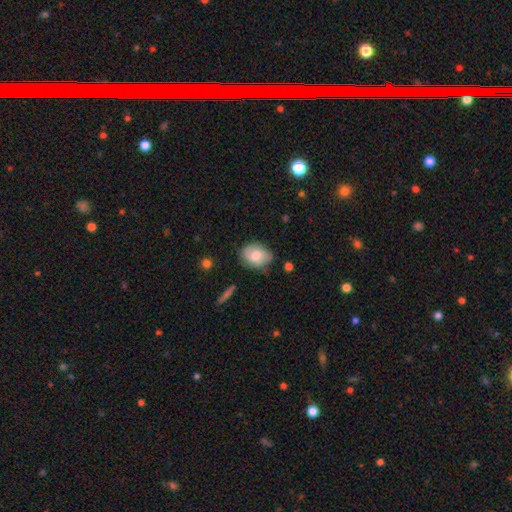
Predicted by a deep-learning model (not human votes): Overall: smooth (54%; featured or disk 39%). How rounded: in between (62%; round 37%). Merging: none (69%).